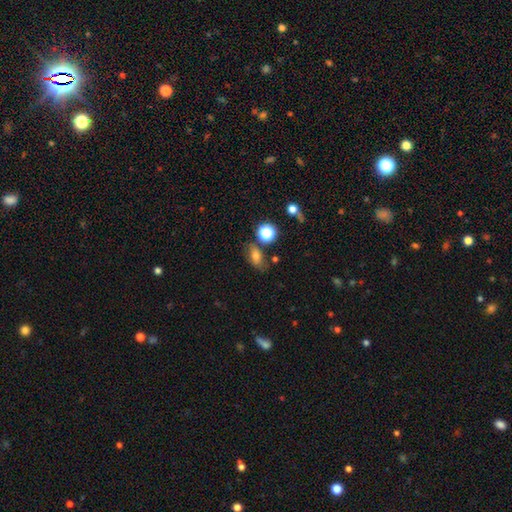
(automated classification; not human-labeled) This is likely a smooth galaxy (67%). How rounded: likely in between (75%). Merging: likely none (67%).